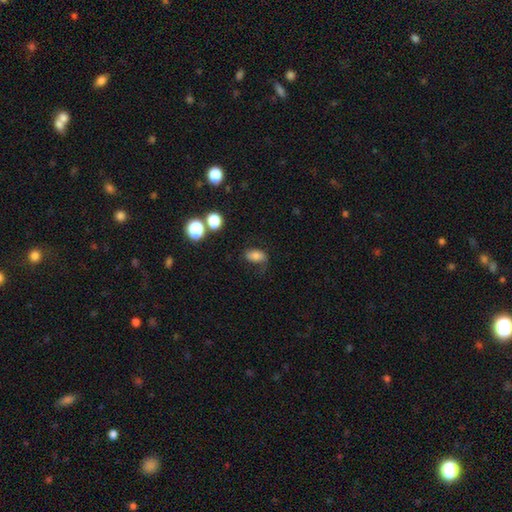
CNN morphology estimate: Smooth or featured?
  - smooth: 69% *
  - featured or disk: 18%
  - star or artifact: 13%
How rounded?
  - in between: 87% *
  - round: 11%
  - cigar-shaped: 3%
Merging?
  - none: 59% *
  - minor disturbance: 25%
  - major disturbance: 14%
  - merger: 3%